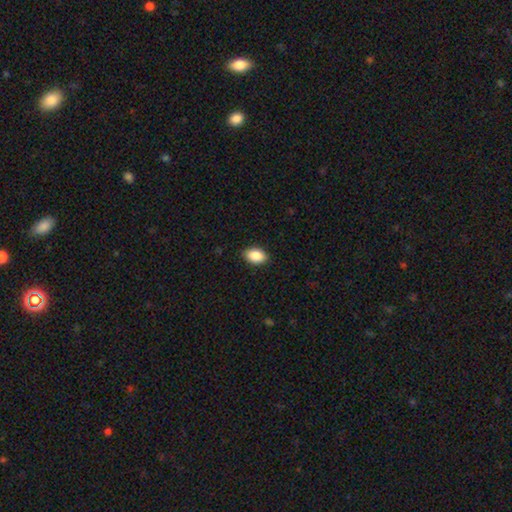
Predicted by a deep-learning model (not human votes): smooth 88%, star or artifact 7%, featured or disk 4%. Down the decision tree: how rounded — in between (90%); merging — none (89%).